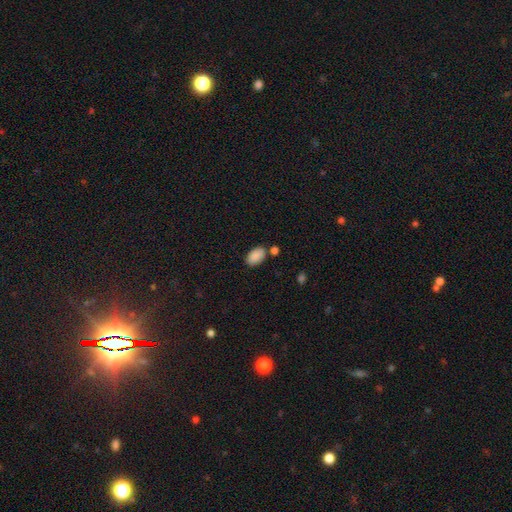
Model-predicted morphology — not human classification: Q: Smooth or featured?
A: smooth (89%); runner-up: star or artifact (7%)
Q: How rounded?
A: in between (94%); runner-up: round (5%)
Q: Merging?
A: none (75%); runner-up: minor disturbance (12%)